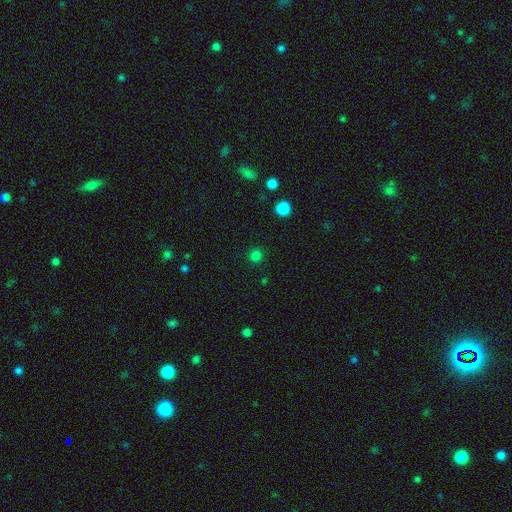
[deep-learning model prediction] A smooth galaxy with no disk features (78%) that is round (94%). Merging: none (91%).